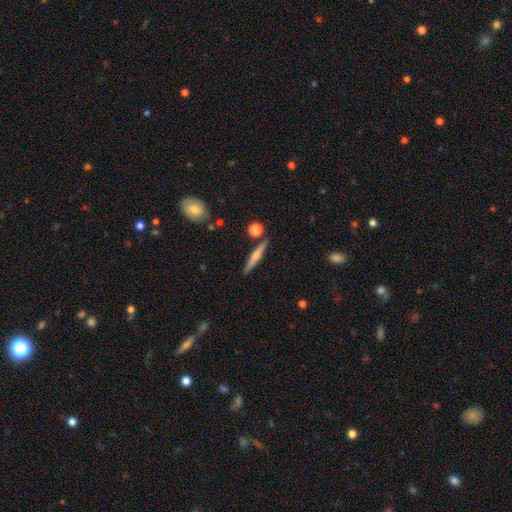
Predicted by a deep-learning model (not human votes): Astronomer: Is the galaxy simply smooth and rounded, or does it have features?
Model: smooth — 51% (runner-up: featured or disk, 42%).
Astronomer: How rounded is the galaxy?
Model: cigar-shaped — 91%.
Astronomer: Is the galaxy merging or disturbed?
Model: none — 86%.